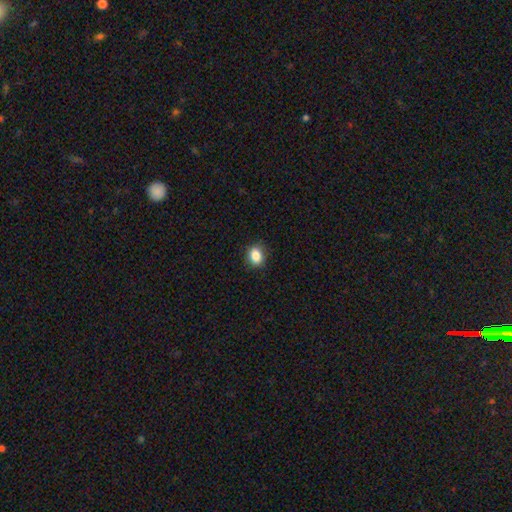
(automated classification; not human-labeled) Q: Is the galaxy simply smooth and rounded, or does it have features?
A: smooth — 86%.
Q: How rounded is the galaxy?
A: in between — 65%.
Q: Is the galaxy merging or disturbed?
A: none — 86%.